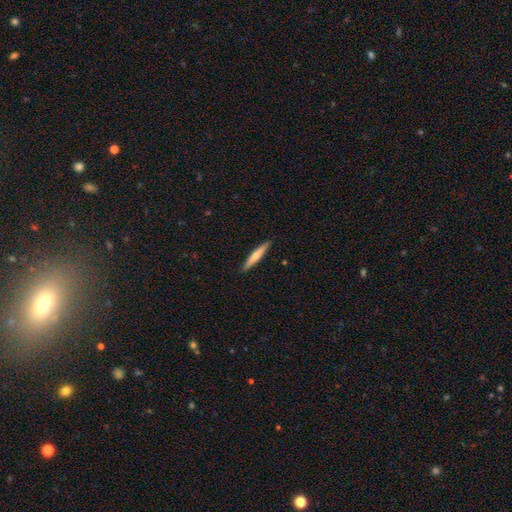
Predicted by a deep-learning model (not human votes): This appears to be a smooth galaxy with no disk features (62%) that is cigar-shaped (93%). Merging: none (91%).